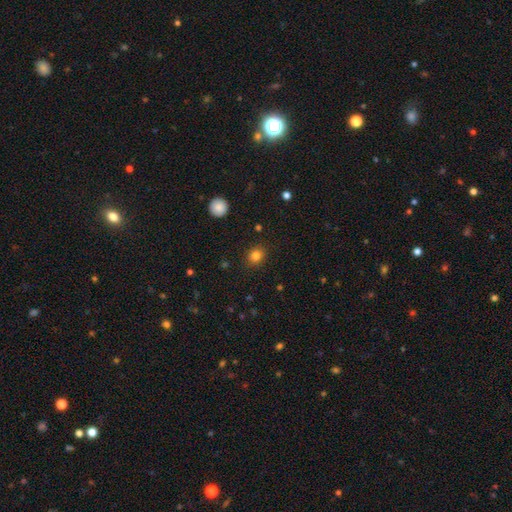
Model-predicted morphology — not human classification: Smooth or featured?
  - smooth: 83% *
  - star or artifact: 12%
  - featured or disk: 5%
How rounded?
  - round: 70% *
  - in between: 29%
  - cigar-shaped: 1%
Merging?
  - none: 87% *
  - minor disturbance: 8%
  - major disturbance: 3%
  - merger: 1%